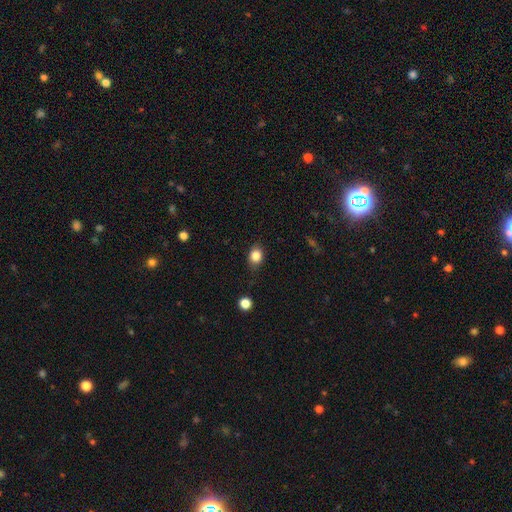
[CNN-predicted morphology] smooth-or-featured: smooth: 84% | star or artifact: 10% | featured or disk: 6%
  how-rounded: in between: 54% | round: 45% | cigar-shaped: 1%
  merging: none: 81% | minor disturbance: 14% | major disturbance: 3% | merger: 1%